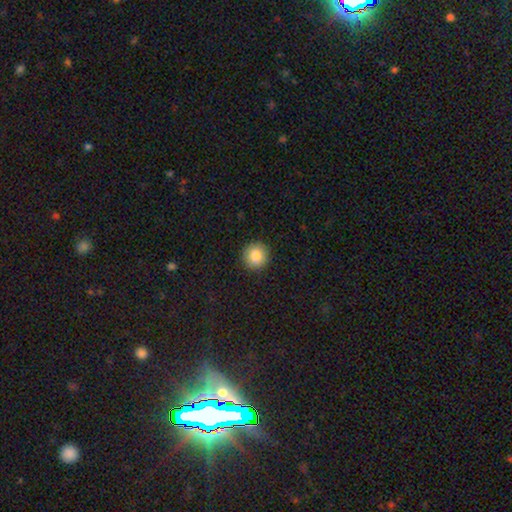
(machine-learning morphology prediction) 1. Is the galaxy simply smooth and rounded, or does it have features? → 85% smooth, 9% star or artifact, 5% featured or disk.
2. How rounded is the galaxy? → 91% round, 8% in between, 1% cigar-shaped.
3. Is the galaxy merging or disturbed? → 90% none, 7% minor disturbance, 2% major disturbance, 1% merger.